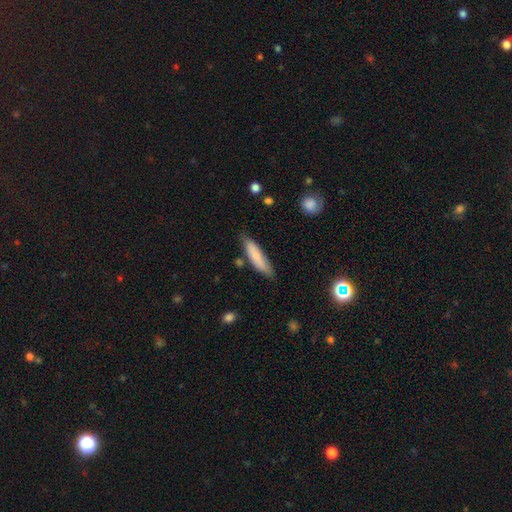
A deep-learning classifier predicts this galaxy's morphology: Overall: smooth (78%). How rounded: cigar-shaped (75%). Merging: none (75%).